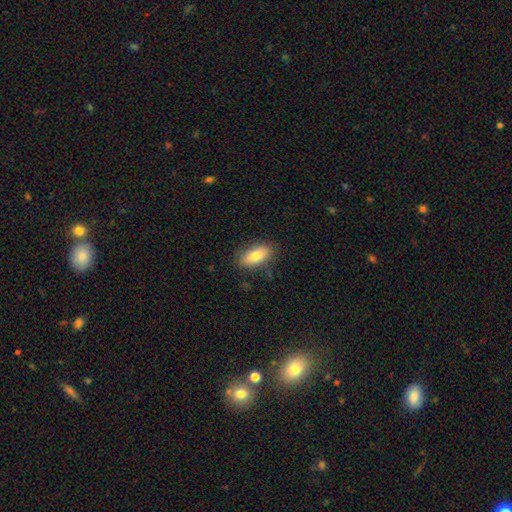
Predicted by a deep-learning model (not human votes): This is clearly a smooth galaxy (80%). How rounded: clearly in between (87%). Merging: clearly none (84%).